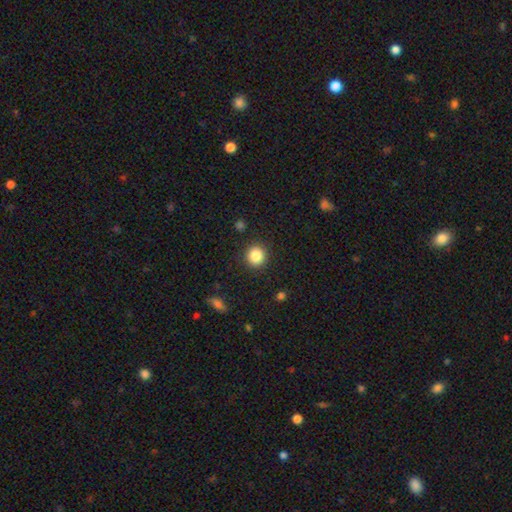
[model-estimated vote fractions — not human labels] A smooth galaxy with no disk features (85%) that is round (90%). Merging: none (91%).